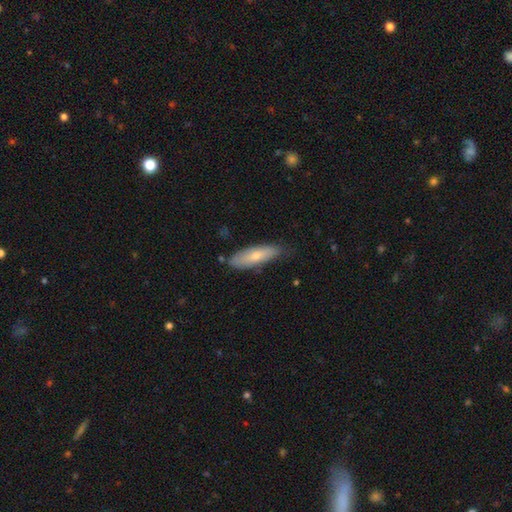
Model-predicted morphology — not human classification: smooth 65%, featured or disk 28%, star or artifact 6%. Down the decision tree: how rounded — cigar-shaped (55%); merging — none (74%).